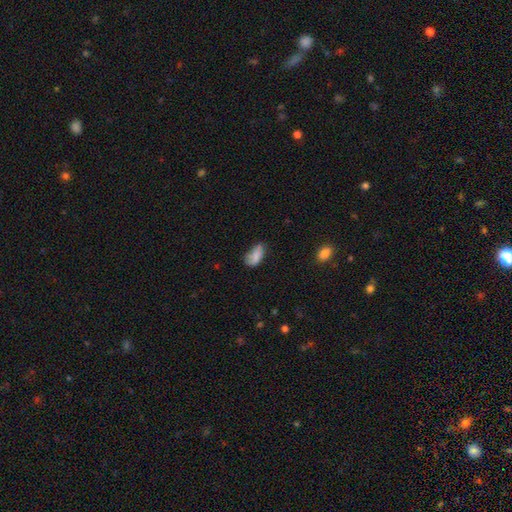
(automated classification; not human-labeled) The model was most divided on "merging": none: 51%, minor disturbance: 34%, major disturbance: 11%, merger: 4%. More confident: how rounded — in between (90%); smooth or featured — smooth (81%).